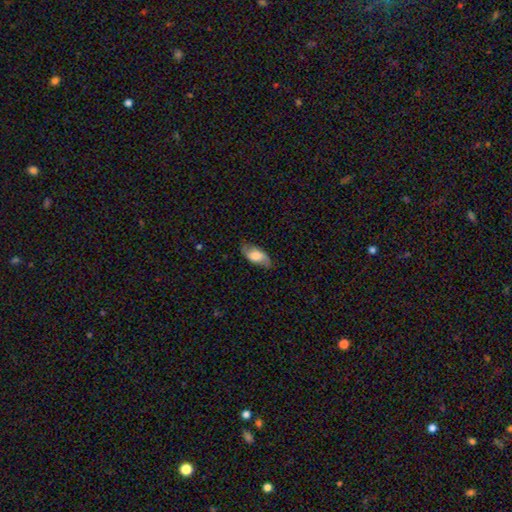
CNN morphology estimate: Smooth or featured?
  - smooth: 53% *
  - featured or disk: 40%
  - star or artifact: 7%
How rounded?
  - in between: 90% *
  - cigar-shaped: 6%
  - round: 4%
Merging?
  - none: 76% *
  - minor disturbance: 18%
  - major disturbance: 5%
  - merger: 1%